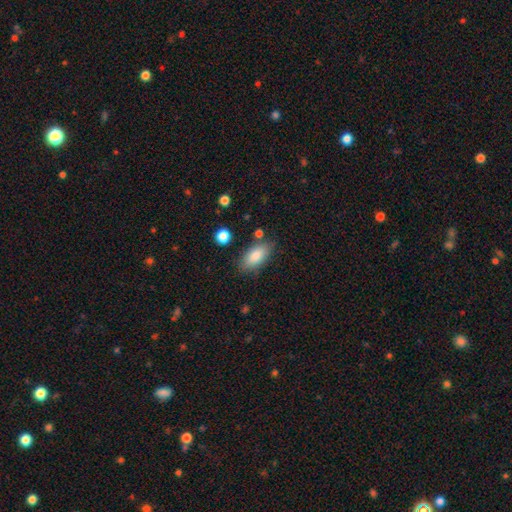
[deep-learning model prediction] Smooth or featured?
  - smooth: 85% *
  - featured or disk: 8%
  - star or artifact: 7%
How rounded?
  - in between: 89% *
  - cigar-shaped: 8%
  - round: 3%
Merging?
  - none: 78% *
  - minor disturbance: 15%
  - merger: 4%
  - major disturbance: 4%